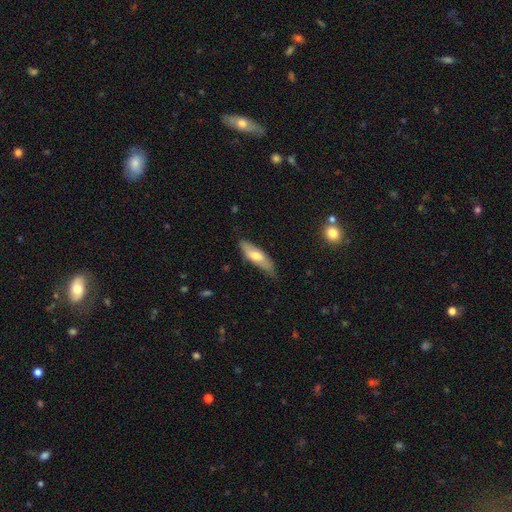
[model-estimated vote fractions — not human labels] smooth 61%, featured or disk 33%, star or artifact 6%. Down the decision tree: how rounded — cigar-shaped (50%); merging — none (67%).